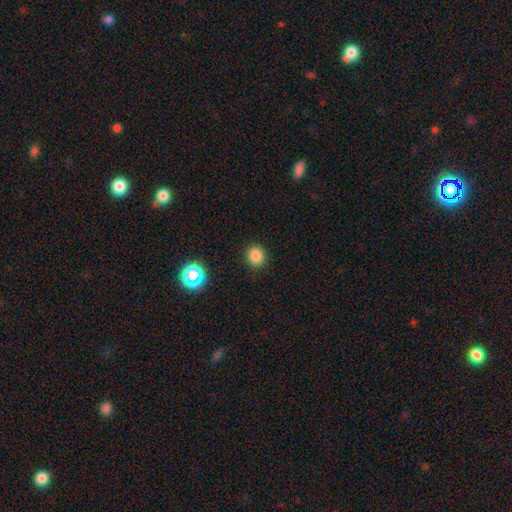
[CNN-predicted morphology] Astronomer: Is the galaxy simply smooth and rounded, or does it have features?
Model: smooth — 81%.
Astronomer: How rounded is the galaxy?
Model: round — 83%.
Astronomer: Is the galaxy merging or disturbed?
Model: none — 89%.